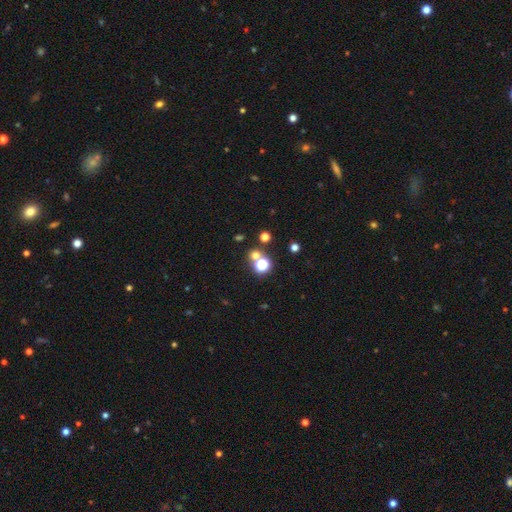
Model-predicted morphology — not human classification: A smooth galaxy with no disk features (56%) that is round (85%). Merging: none (65%).